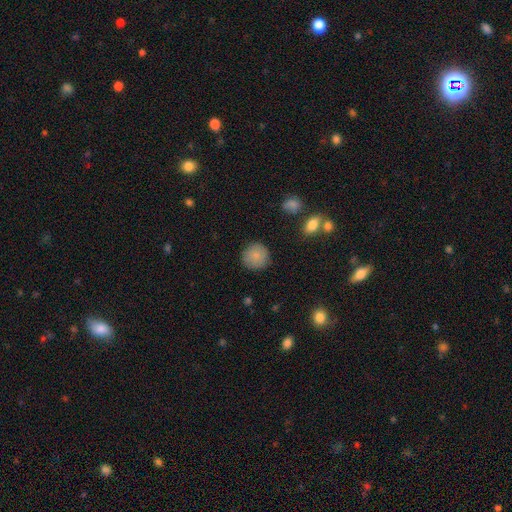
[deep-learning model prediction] Q: Smooth or featured?
A: smooth (85%); runner-up: star or artifact (8%)
Q: How rounded?
A: round (93%); runner-up: in between (6%)
Q: Merging?
A: none (88%); runner-up: minor disturbance (8%)